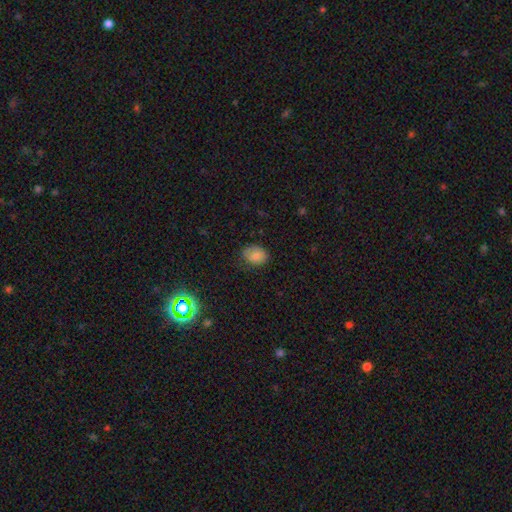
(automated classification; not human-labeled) smooth_or_featured: smooth (p=0.81) [alt: star or artifact p=0.10]
how_rounded: in between (p=0.64) [alt: round p=0.35]
merging: none (p=0.72) [alt: minor disturbance p=0.22]